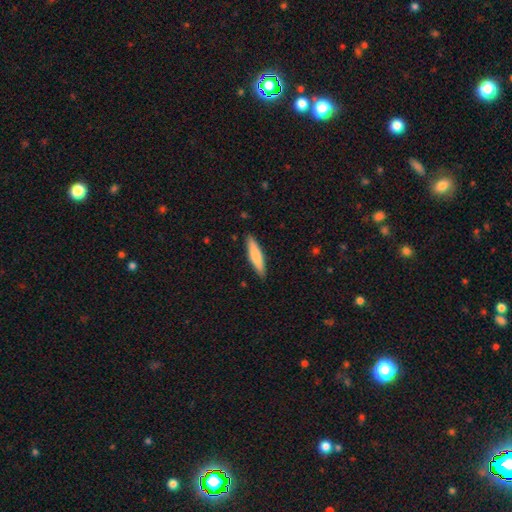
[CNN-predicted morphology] smooth 71%, featured or disk 24%, star or artifact 5%. Down the decision tree: how rounded — cigar-shaped (82%); merging — none (89%).